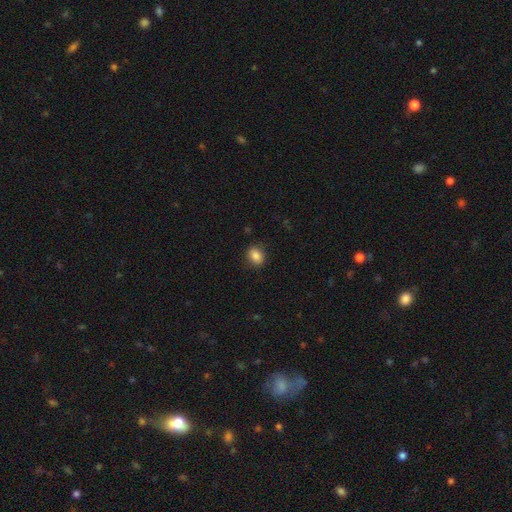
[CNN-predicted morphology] Smooth or featured? smooth (85%)
How rounded? in between (50%)
Merging? none (86%)